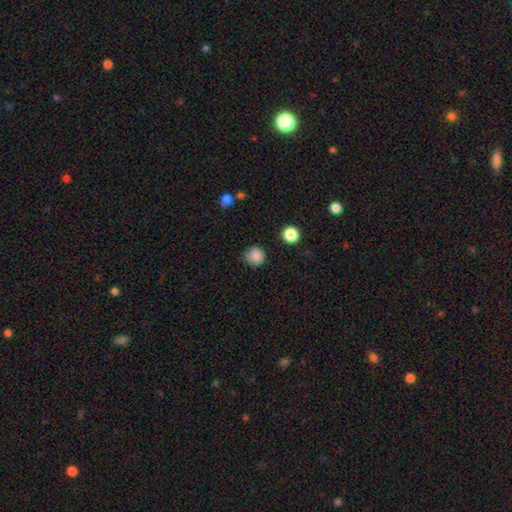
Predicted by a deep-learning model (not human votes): This is clearly a smooth galaxy (86%). How rounded: clearly round (92%). Merging: clearly none (81%).